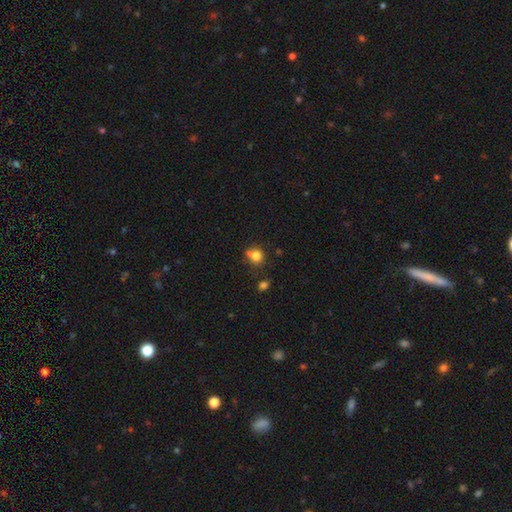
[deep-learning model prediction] Smooth or featured? smooth (79%)
How rounded? round (84%)
Merging? none (56%)